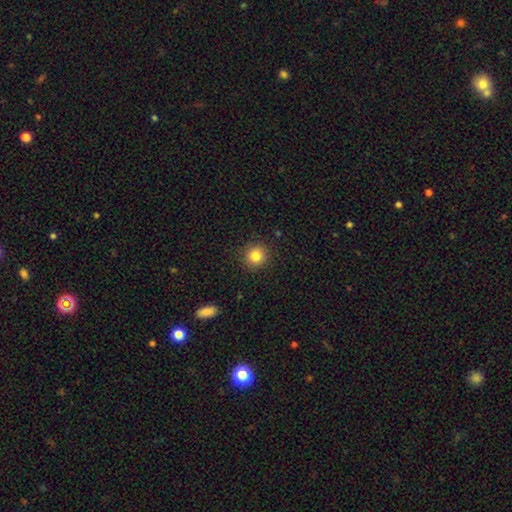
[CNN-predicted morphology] Smooth or featured? Predicted: smooth (p=0.83). How rounded? Predicted: round (p=0.92). Merging? Predicted: none (p=0.91).